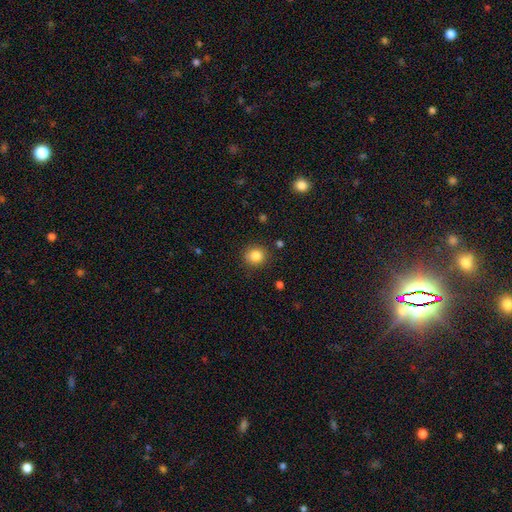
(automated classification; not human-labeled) Smooth or featured? smooth (84%)
How rounded? round (87%)
Merging? none (86%)